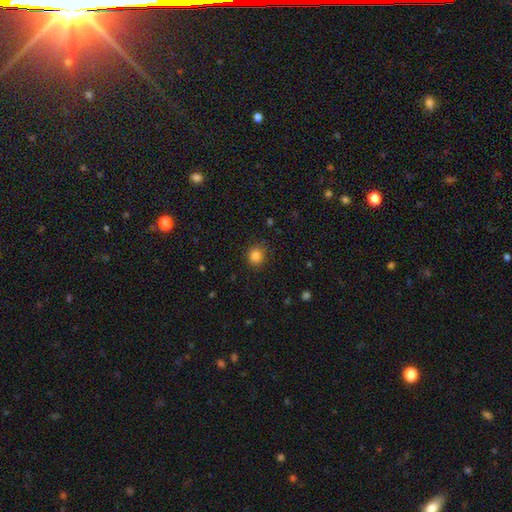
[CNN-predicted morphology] Smooth or featured? smooth (85%)
How rounded? round (82%)
Merging? none (84%)